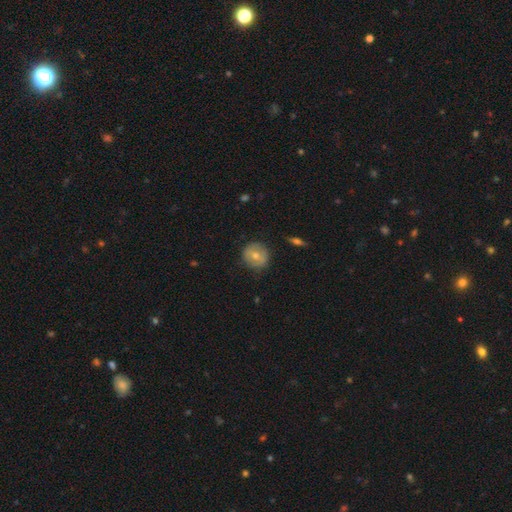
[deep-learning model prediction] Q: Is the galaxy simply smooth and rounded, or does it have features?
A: smooth — 60%.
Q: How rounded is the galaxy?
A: round — 90%.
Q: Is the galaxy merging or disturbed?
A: none — 83%.